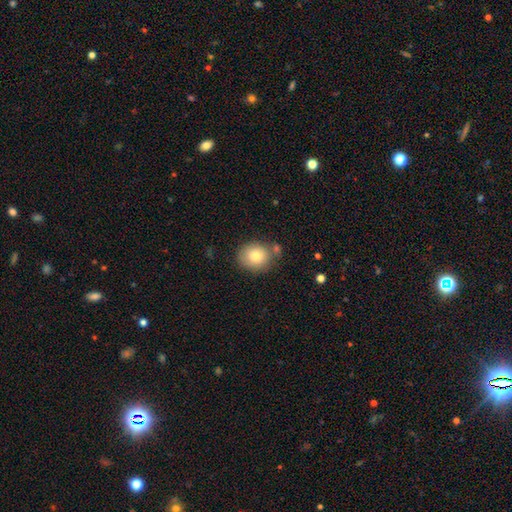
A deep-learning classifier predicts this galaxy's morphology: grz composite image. It shows a smooth galaxy with no disk features (80%) that is round (74%). Merging: none (70%).